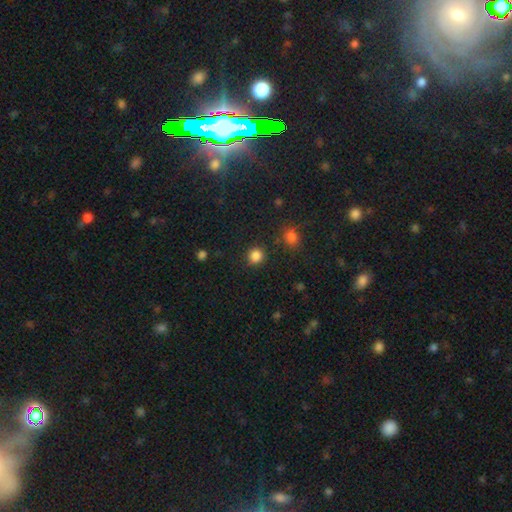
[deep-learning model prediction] This appears to be a smooth galaxy with no disk features (83%) that is round (90%). Merging: none (86%).